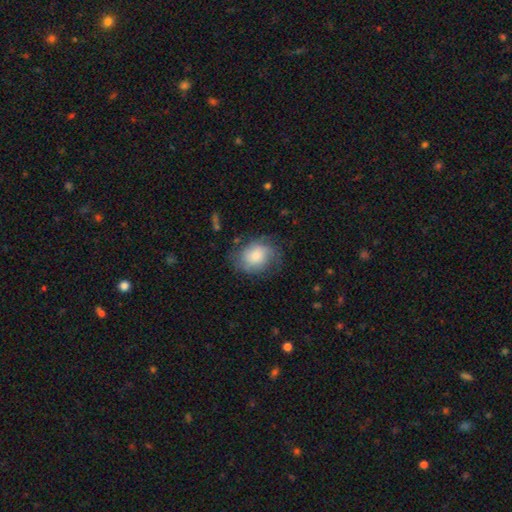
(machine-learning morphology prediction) Smooth or featured: smooth — 64% (featured or disk — 28%)
How rounded: round — 52% (in between — 47%)
Merging: none — 61% (minor disturbance — 24%)